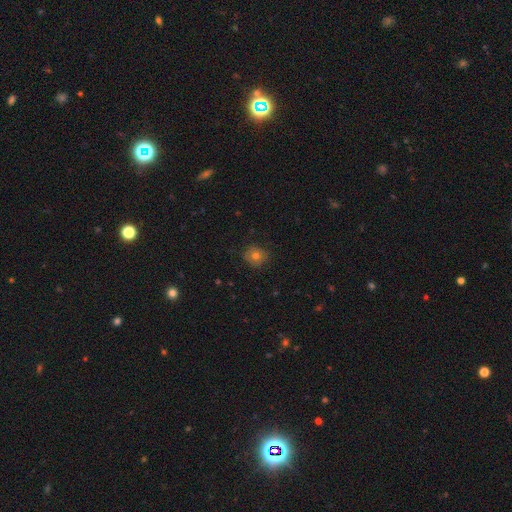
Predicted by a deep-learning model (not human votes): A smooth galaxy with no disk features (68%) that is round (87%). Merging: none (81%).